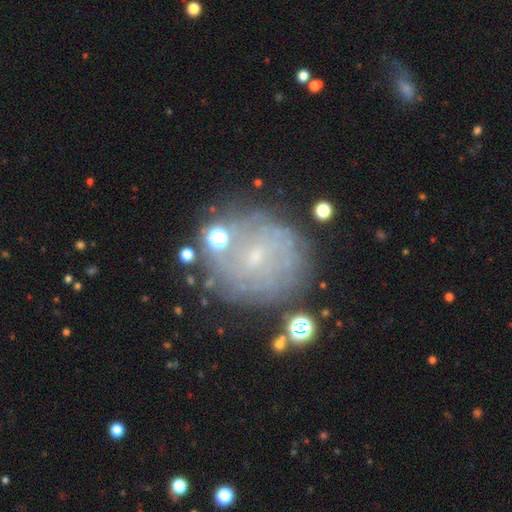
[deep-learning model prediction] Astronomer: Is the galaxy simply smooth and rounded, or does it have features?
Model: featured or disk — 62%.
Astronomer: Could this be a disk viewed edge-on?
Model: no — 97%.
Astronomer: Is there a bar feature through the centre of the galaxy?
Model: no — 57% (runner-up: weak, 35%).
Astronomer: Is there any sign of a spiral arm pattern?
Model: yes — 75%.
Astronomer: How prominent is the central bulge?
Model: small — 79%.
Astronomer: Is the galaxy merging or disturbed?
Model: none — 72%.